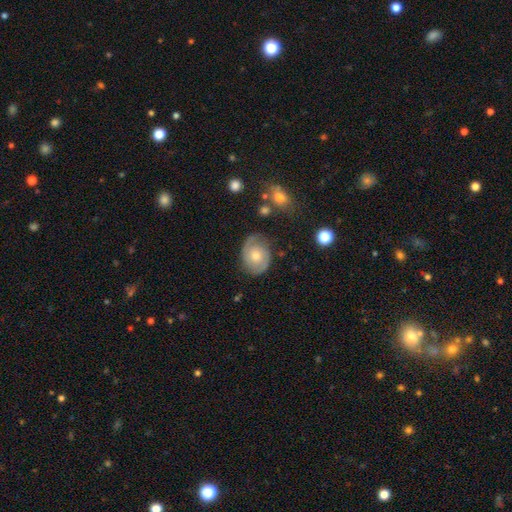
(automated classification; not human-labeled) A featured or disk galaxy (66%) with no bar (76%), 2 (79%) tight (47%) spiral arms (87%) and a moderate central bulge (61%). Merging: none (74%).